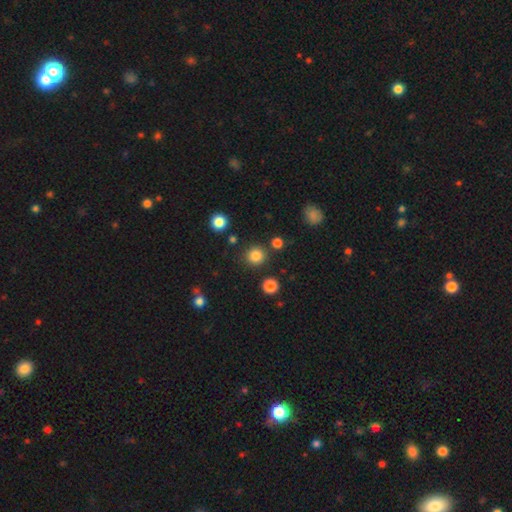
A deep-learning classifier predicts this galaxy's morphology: Smooth or featured: smooth — 83% (star or artifact — 13%)
How rounded: round — 93% (in between — 6%)
Merging: none — 88% (minor disturbance — 6%)